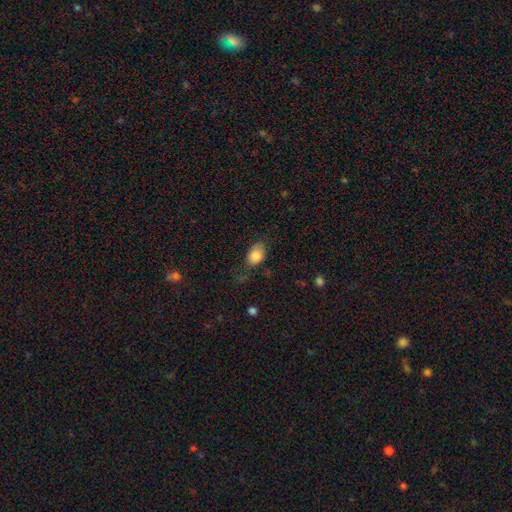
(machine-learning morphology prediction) Smooth or featured? Predicted: smooth (p=0.83). How rounded? Predicted: in between (p=0.84). Merging? Predicted: none (p=0.63).